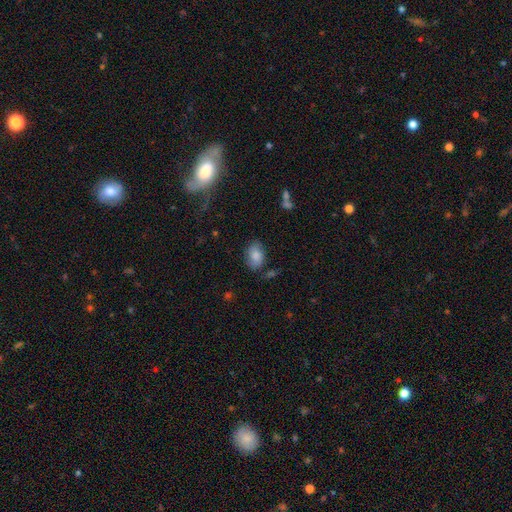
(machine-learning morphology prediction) smooth_or_featured: smooth (p=0.80) [alt: featured or disk p=0.12]
how_rounded: in between (p=0.83) [alt: round p=0.16]
merging: none (p=0.71) [alt: minor disturbance p=0.20]